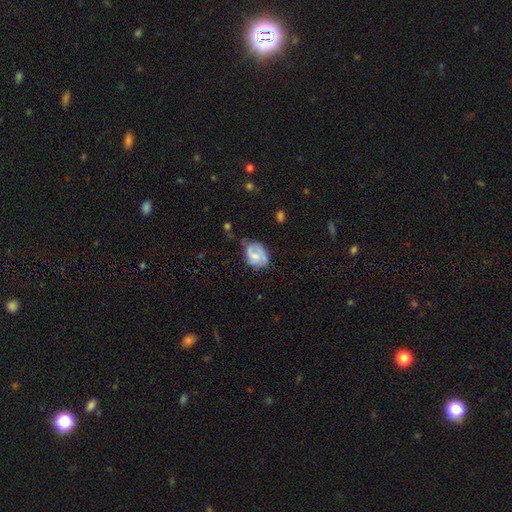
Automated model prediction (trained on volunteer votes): Q: Smooth or featured?
A: featured or disk (50%); runner-up: smooth (42%)
Q: Edge-on disk?
A: no (97%); runner-up: yes (3%)
Q: Merging?
A: none (46%); runner-up: minor disturbance (34%)